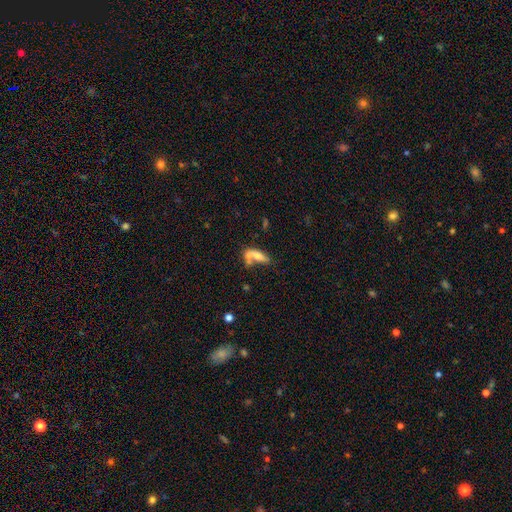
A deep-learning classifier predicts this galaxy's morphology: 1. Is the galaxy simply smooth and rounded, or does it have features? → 63% smooth, 28% featured or disk, 10% star or artifact.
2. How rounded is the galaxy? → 60% in between, 36% cigar-shaped, 5% round.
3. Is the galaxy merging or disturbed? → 46% merger, 29% none, 13% minor disturbance, 12% major disturbance.